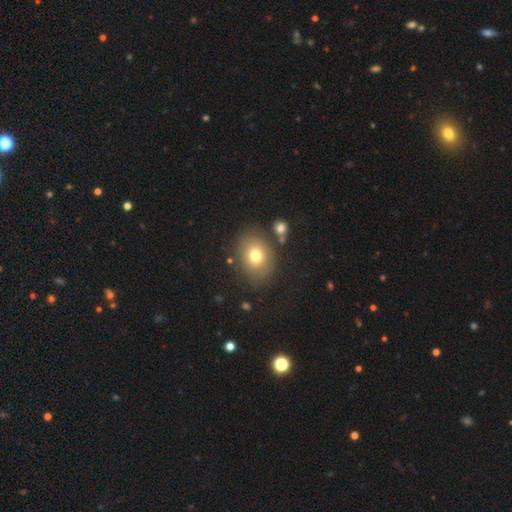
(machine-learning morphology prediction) Overall: smooth (73%). How rounded: round (53%; in between 46%). Merging: none (75%).